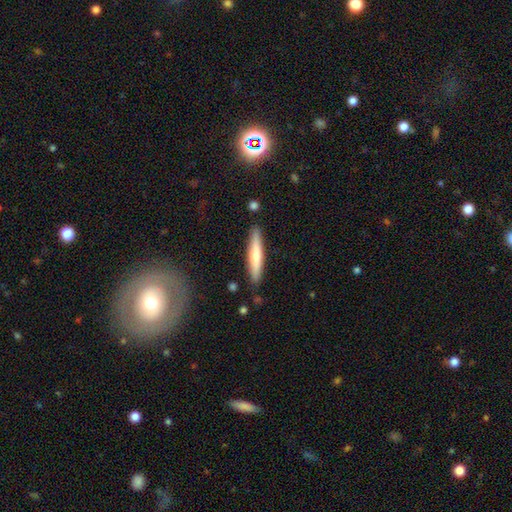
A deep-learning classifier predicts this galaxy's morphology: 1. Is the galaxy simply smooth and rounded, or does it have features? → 64% smooth, 31% featured or disk, 5% star or artifact.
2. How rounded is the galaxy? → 89% cigar-shaped, 10% in between, 1% round.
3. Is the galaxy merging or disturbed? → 88% none, 9% minor disturbance, 2% major disturbance, 2% merger.